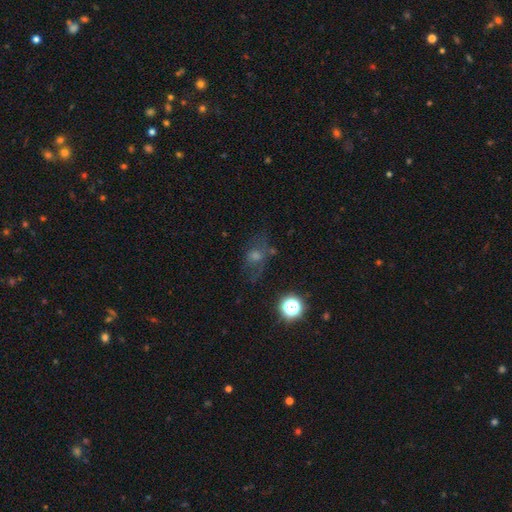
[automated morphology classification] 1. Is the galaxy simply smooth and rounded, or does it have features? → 39% smooth, 31% star or artifact, 29% featured or disk.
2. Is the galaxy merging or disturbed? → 58% none, 20% minor disturbance, 17% major disturbance, 5% merger.